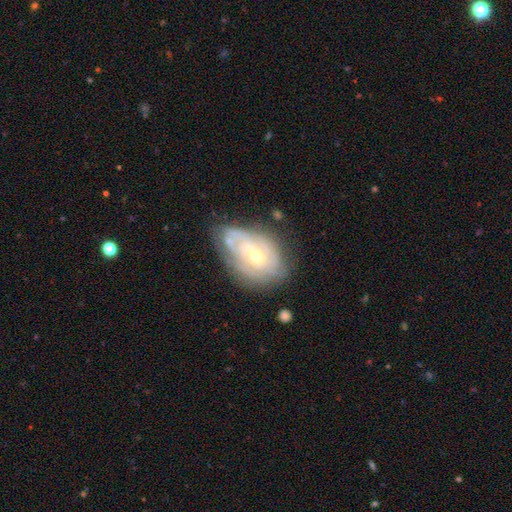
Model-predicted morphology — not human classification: Smooth or featured? Predicted: featured or disk (p=0.74). Edge-on disk? Predicted: no (p=0.95). Bar? Predicted: no (p=0.58). Spiral arms? Predicted: yes (p=0.72). Spiral winding? Predicted: tight (p=0.63). Spiral arm count? Predicted: can't tell (p=0.53). Bulge size? Predicted: moderate (p=0.53). Merging? Predicted: none (p=0.53).